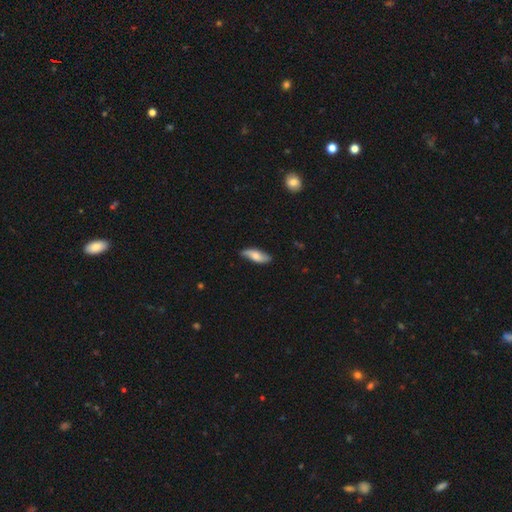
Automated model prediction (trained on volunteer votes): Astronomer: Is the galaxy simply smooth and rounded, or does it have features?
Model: smooth — 54% (runner-up: featured or disk, 40%).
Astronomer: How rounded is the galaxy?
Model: in between — 65%.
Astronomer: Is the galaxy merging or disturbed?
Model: none — 77%.